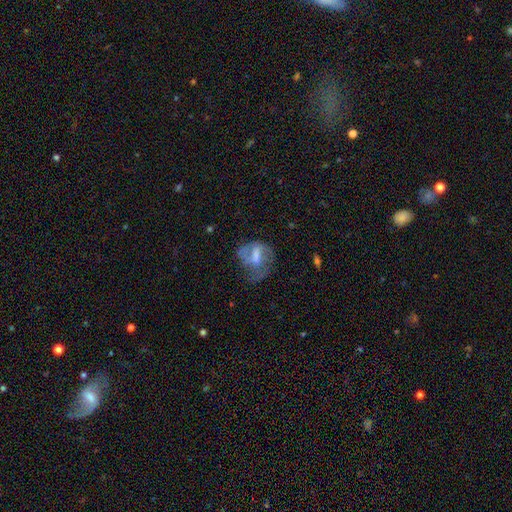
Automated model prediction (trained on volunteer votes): Overall: featured or disk (50%; smooth 41%). Edge-on disk: no (97%). Merging: major disturbance (40%; none 30%).